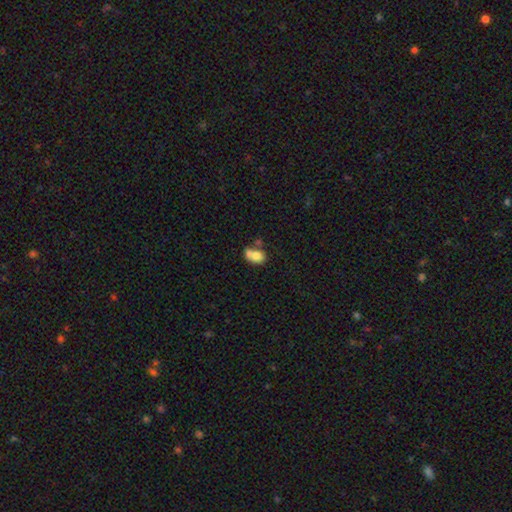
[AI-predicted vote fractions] A smooth galaxy with no disk features (73%) that is in between round and cigar-shaped (76%). Merging: merger (45%).